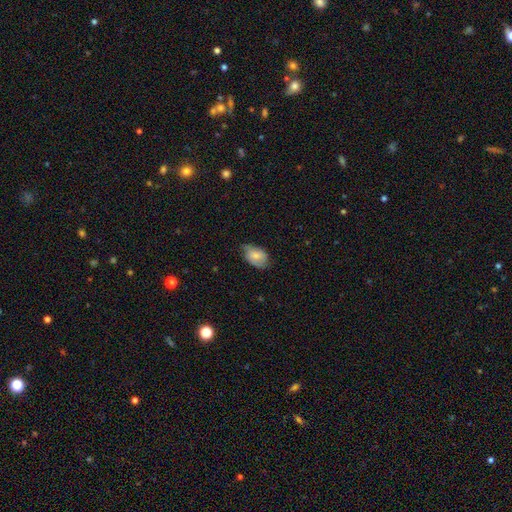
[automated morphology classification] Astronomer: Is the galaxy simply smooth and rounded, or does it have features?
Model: smooth — 70%.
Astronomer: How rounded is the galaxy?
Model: in between — 89%.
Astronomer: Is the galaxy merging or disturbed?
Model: none — 61%.